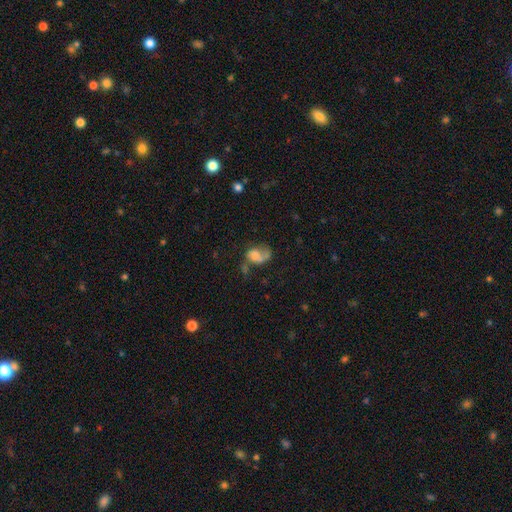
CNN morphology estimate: A smooth galaxy with no disk features (53%) that is in between round and cigar-shaped (66%).

Vote fractions:
- Smooth or featured? smooth: 53% / featured or disk: 36% / star or artifact: 11%
- How rounded? in between: 66% / round: 33% / cigar-shaped: 1%
- Merging? major disturbance: 34% / none: 27% / minor disturbance: 21% / merger: 18%